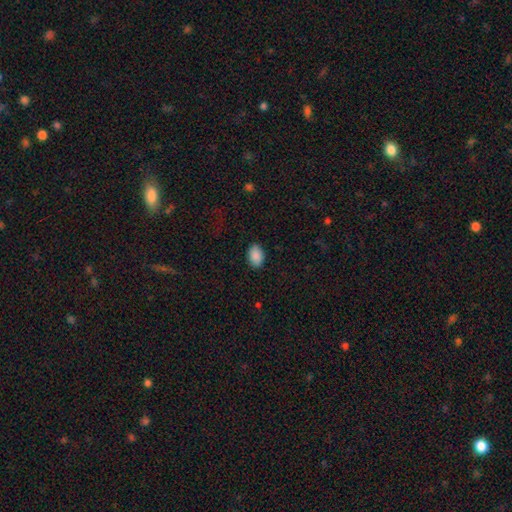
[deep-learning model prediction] This is clearly a smooth galaxy (90%). How rounded: clearly in between (86%). Merging: clearly none (88%).